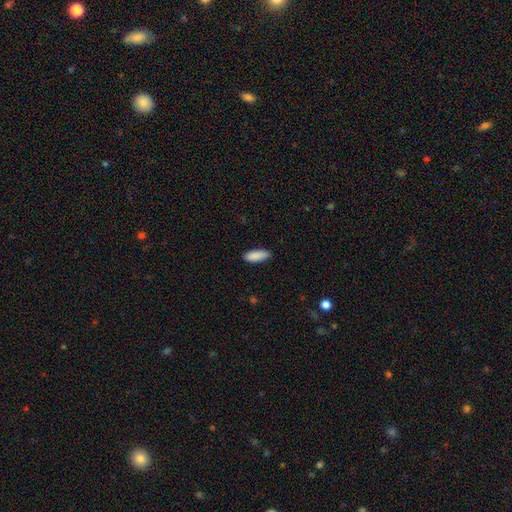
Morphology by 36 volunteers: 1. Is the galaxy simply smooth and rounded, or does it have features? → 97% smooth, 3% featured or disk, 0% star or artifact.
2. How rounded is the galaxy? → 91% in between, 9% cigar-shaped, 0% round.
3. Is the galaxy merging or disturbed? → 89% none, 11% minor disturbance, 0% major disturbance, 0% merger.